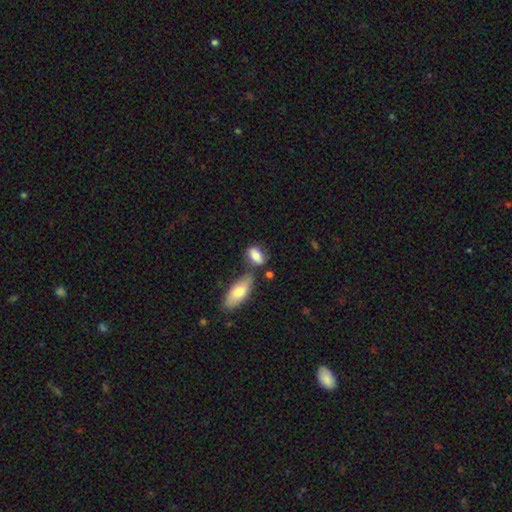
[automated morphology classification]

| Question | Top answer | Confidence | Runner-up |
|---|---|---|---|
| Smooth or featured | smooth | 80% | featured or disk (13%) |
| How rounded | in between | 86% | cigar-shaped (7%) |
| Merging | none | 50% | merger (22%) |